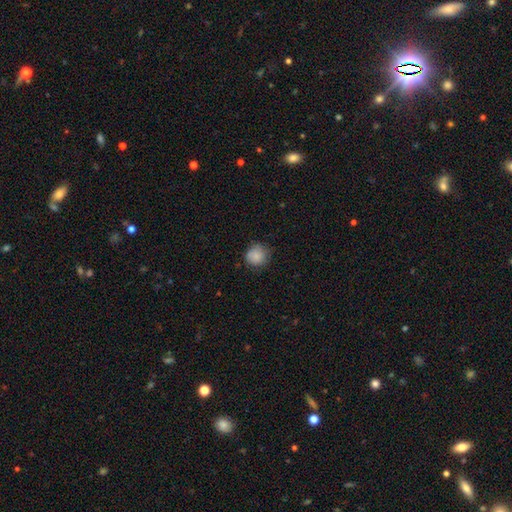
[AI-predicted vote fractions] Smooth or featured?
  - smooth: 86% *
  - star or artifact: 8%
  - featured or disk: 5%
How rounded?
  - round: 89% *
  - in between: 10%
  - cigar-shaped: 1%
Merging?
  - none: 78% *
  - minor disturbance: 18%
  - major disturbance: 3%
  - merger: 1%